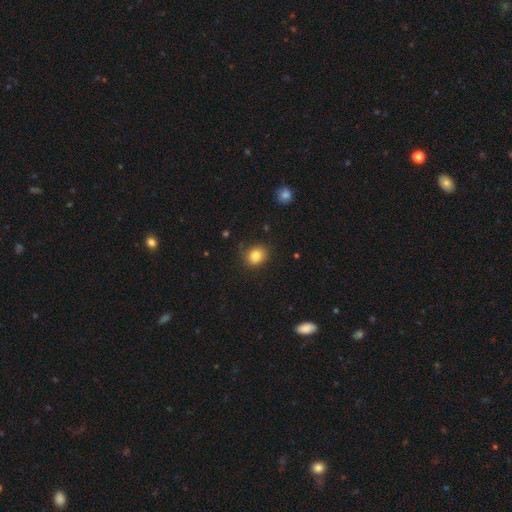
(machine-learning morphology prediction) smooth 83%, star or artifact 11%, featured or disk 7%. Down the decision tree: how rounded — round (73%); merging — none (82%).